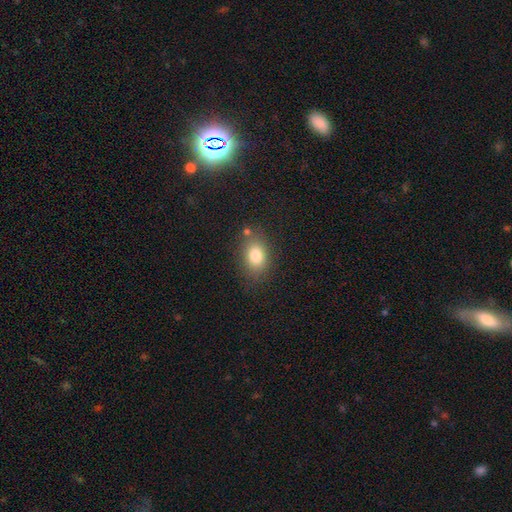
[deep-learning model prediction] smooth-or-featured: smooth: 81% | star or artifact: 10% | featured or disk: 9%
  how-rounded: in between: 75% | round: 24% | cigar-shaped: 2%
  merging: none: 77% | minor disturbance: 13% | merger: 6% | major disturbance: 4%